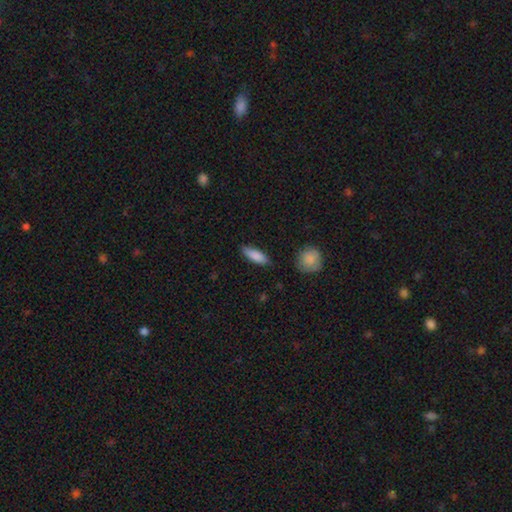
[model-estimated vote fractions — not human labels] Smooth or featured?
  - smooth: 85% *
  - featured or disk: 9%
  - star or artifact: 6%
How rounded?
  - in between: 60% *
  - cigar-shaped: 38%
  - round: 2%
Merging?
  - none: 83% *
  - minor disturbance: 13%
  - major disturbance: 2%
  - merger: 2%